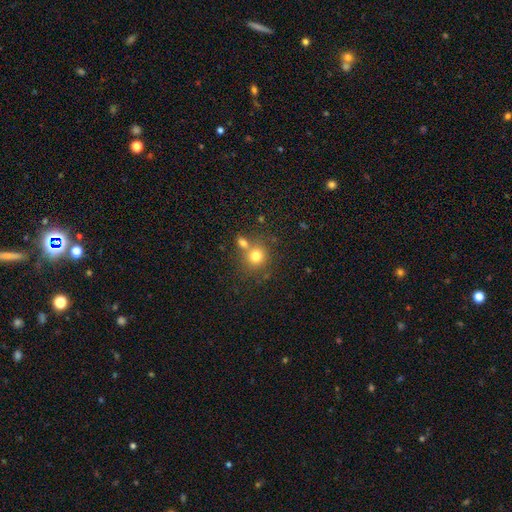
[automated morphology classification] smooth-or-featured: smooth: 77% | star or artifact: 12% | featured or disk: 10%
  how-rounded: round: 84% | in between: 15% | cigar-shaped: 1%
  merging: none: 56% | merger: 32% | minor disturbance: 9% | major disturbance: 3%